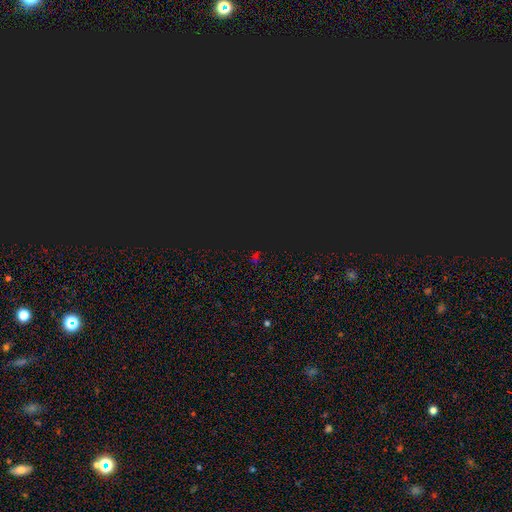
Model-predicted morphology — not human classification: Overall: star or artifact (73%).